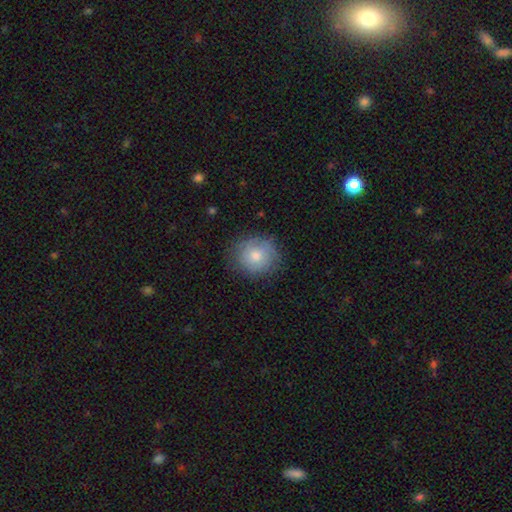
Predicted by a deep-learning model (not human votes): Smooth or featured?
  - smooth: 72% *
  - featured or disk: 20%
  - star or artifact: 8%
How rounded?
  - round: 86% *
  - in between: 13%
  - cigar-shaped: 1%
Merging?
  - none: 78% *
  - minor disturbance: 16%
  - major disturbance: 4%
  - merger: 1%